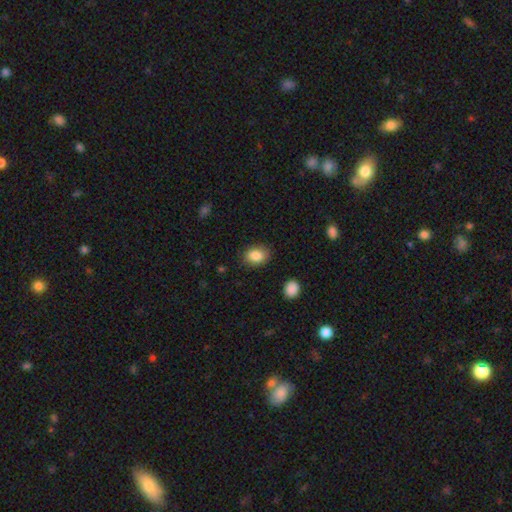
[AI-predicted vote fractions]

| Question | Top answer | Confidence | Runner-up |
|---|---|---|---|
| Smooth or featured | smooth | 87% | star or artifact (8%) |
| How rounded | in between | 72% | round (27%) |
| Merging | none | 83% | minor disturbance (12%) |